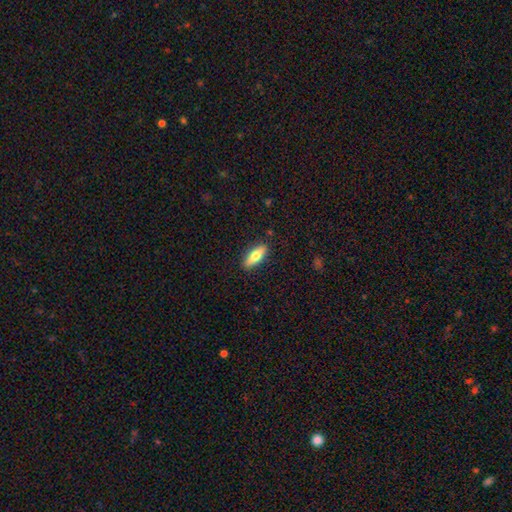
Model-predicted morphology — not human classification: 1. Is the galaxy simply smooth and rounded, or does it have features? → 67% smooth, 27% featured or disk, 6% star or artifact.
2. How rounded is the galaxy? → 57% in between, 40% cigar-shaped, 3% round.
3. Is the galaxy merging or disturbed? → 89% none, 8% minor disturbance, 2% major disturbance, 1% merger.